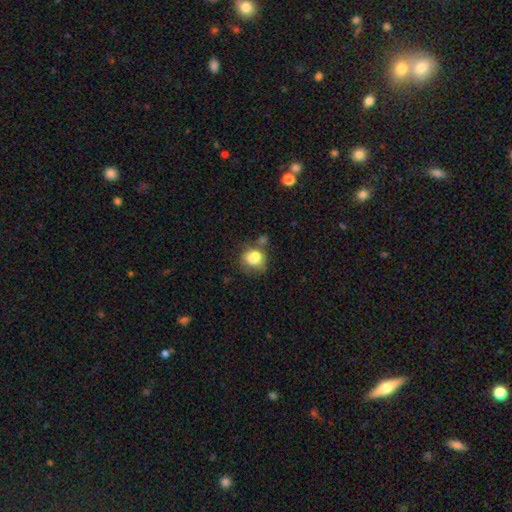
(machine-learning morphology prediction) smooth 70%, featured or disk 20%, star or artifact 10%. Down the decision tree: how rounded — round (54%); merging — merger (38%).